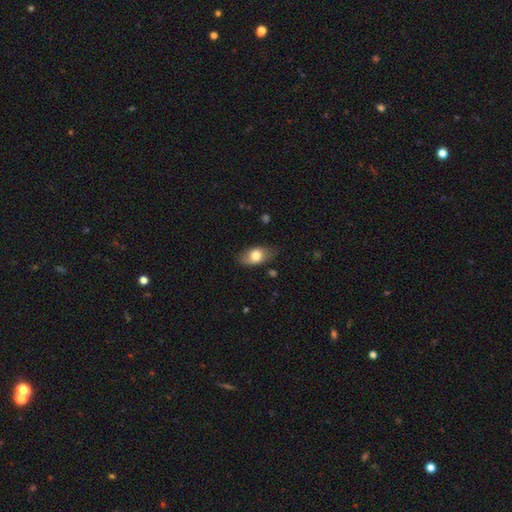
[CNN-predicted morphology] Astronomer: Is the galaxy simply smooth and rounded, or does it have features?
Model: smooth — 72%.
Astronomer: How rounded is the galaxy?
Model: in between — 88%.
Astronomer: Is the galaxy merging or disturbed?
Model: none — 76%.